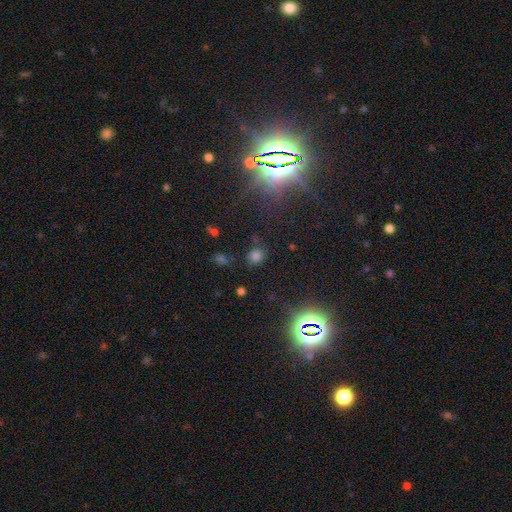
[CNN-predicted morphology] A smooth galaxy with no disk features (63%) that is round (77%). Merging: none (79%).